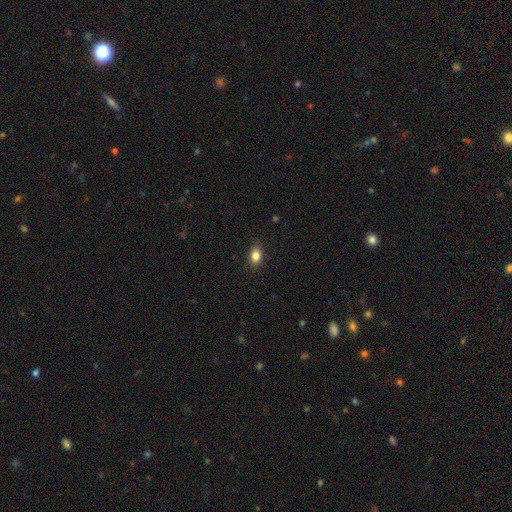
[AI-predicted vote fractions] Morphology: type=smooth (84%); roundness=in between (81%); merging=none (87%).